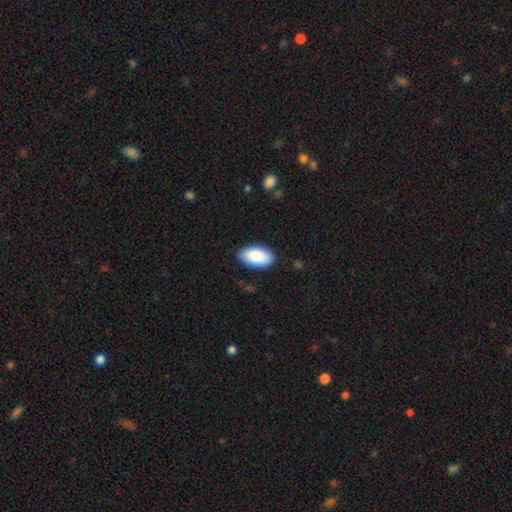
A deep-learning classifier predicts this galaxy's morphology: Overall: smooth (86%). How rounded: in between (95%). Merging: none (86%).